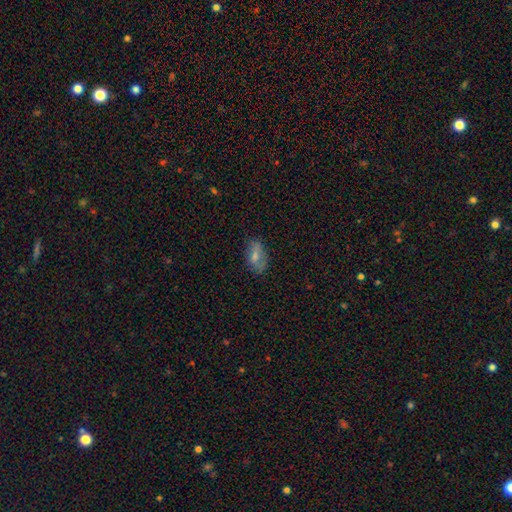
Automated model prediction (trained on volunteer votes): smooth 65%, featured or disk 26%, star or artifact 9%. Down the decision tree: how rounded — in between (88%); merging — none (70%).